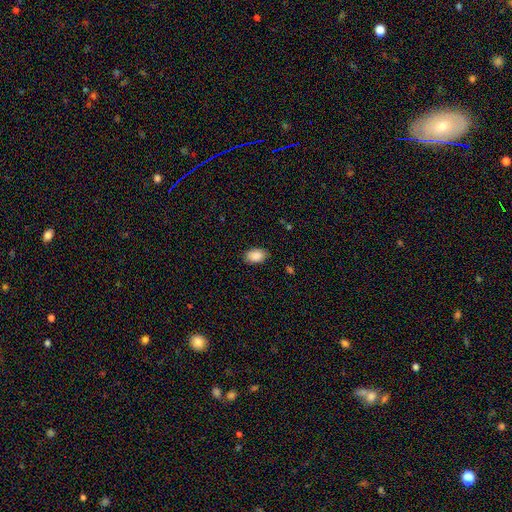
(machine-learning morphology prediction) type=smooth (89%); roundness=in between (91%); merging=none (85%).